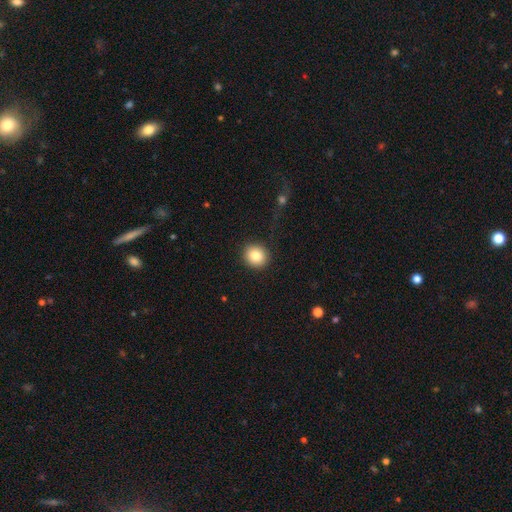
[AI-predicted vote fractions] A smooth galaxy with no disk features (84%) that is round (86%).

Vote fractions:
- Smooth or featured? smooth: 84% / star or artifact: 9% / featured or disk: 7%
- How rounded? round: 86% / in between: 13% / cigar-shaped: 1%
- Merging? none: 89% / minor disturbance: 7% / major disturbance: 3% / merger: 1%